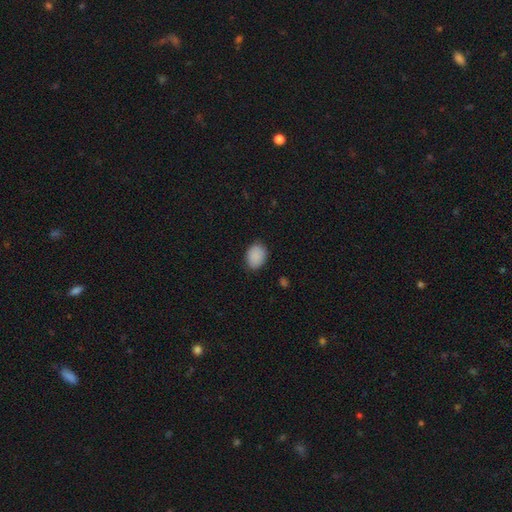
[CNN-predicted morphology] A smooth galaxy with no disk features (89%) that is in between round and cigar-shaped (69%).

Vote fractions:
- Smooth or featured? smooth: 89% / star or artifact: 7% / featured or disk: 4%
- How rounded? in between: 69% / round: 30% / cigar-shaped: 1%
- Merging? none: 82% / minor disturbance: 14% / major disturbance: 3% / merger: 1%